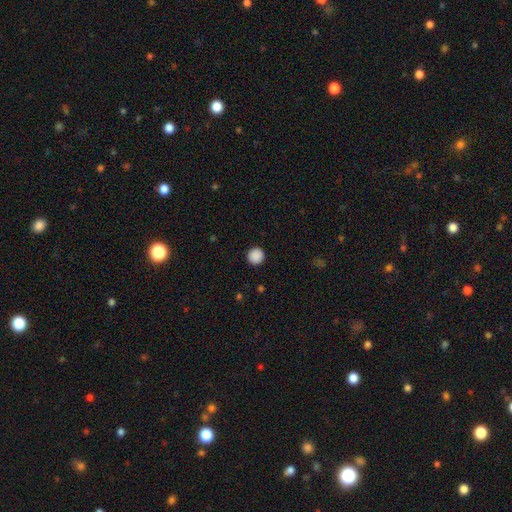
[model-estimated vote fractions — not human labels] Morphology: type=smooth (89%); roundness=round (95%); merging=none (93%).